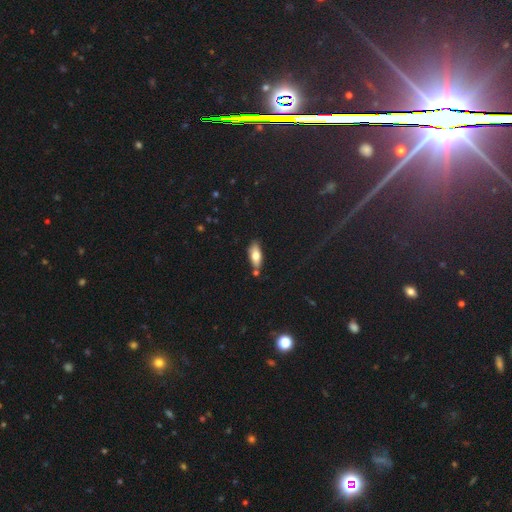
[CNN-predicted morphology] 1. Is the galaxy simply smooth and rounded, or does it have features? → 73% smooth, 19% featured or disk, 8% star or artifact.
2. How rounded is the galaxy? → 80% in between, 18% cigar-shaped, 3% round.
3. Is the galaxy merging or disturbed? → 73% none, 16% minor disturbance, 8% merger, 3% major disturbance.